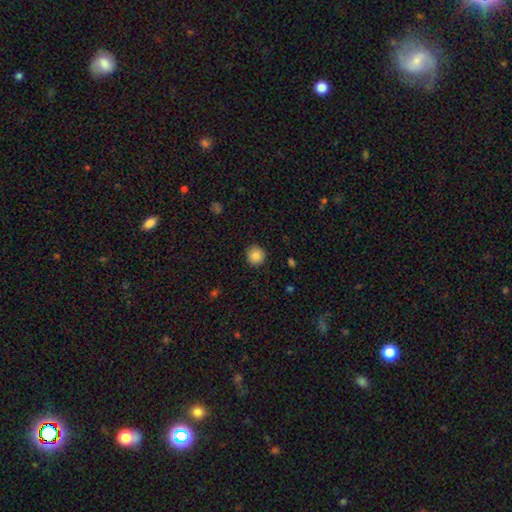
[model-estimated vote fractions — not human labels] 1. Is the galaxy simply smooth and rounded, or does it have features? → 84% smooth, 9% star or artifact, 7% featured or disk.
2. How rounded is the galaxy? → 92% round, 7% in between, 1% cigar-shaped.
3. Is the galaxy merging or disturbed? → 90% none, 7% minor disturbance, 2% major disturbance, 1% merger.